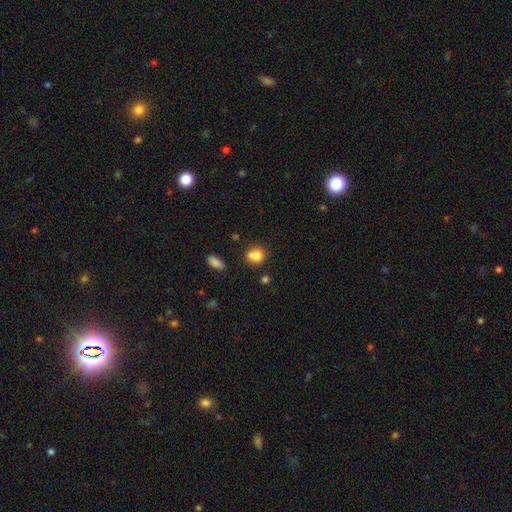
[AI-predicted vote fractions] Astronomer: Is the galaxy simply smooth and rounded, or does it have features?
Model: smooth — 77%.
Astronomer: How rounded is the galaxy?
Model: round — 69%.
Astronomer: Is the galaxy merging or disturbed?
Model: none — 45% (runner-up: merger, 35%).